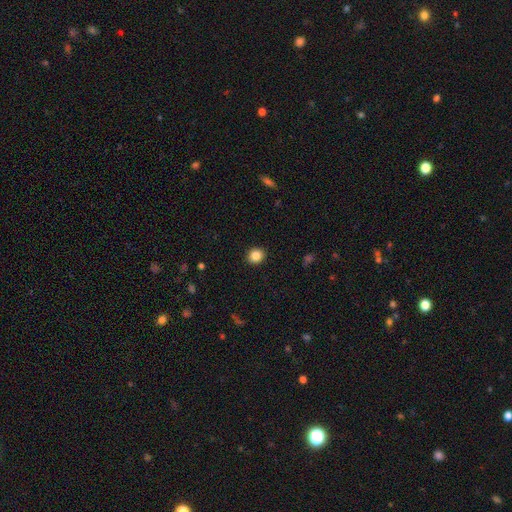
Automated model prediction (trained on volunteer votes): This is clearly a smooth galaxy (85%). How rounded: clearly round (81%). Merging: clearly none (92%).